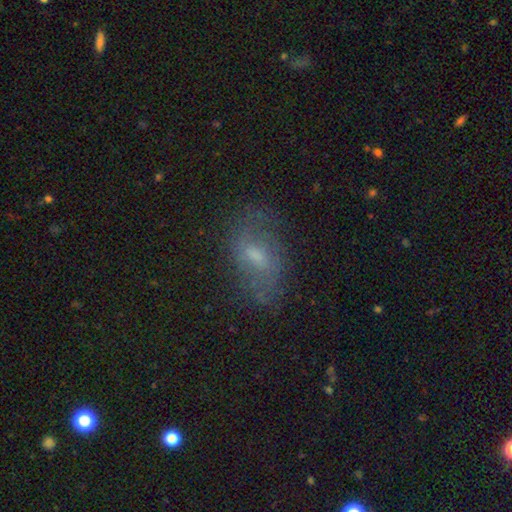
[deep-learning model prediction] Smooth or featured? featured or disk (47%)
Merging? none (61%)